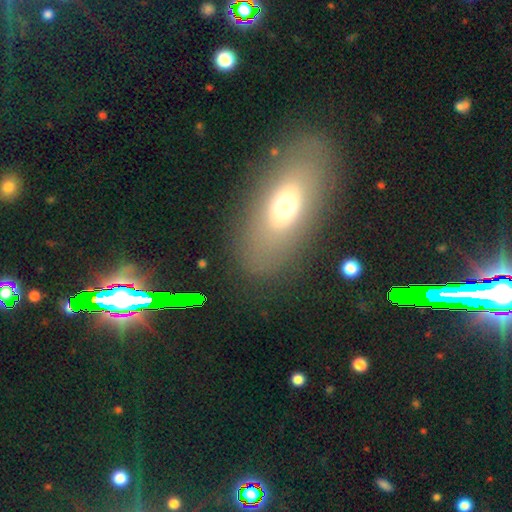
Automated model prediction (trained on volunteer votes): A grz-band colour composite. It shows a smooth galaxy with no disk features (55%) that is in between round and cigar-shaped (77%). Merging: none (82%).